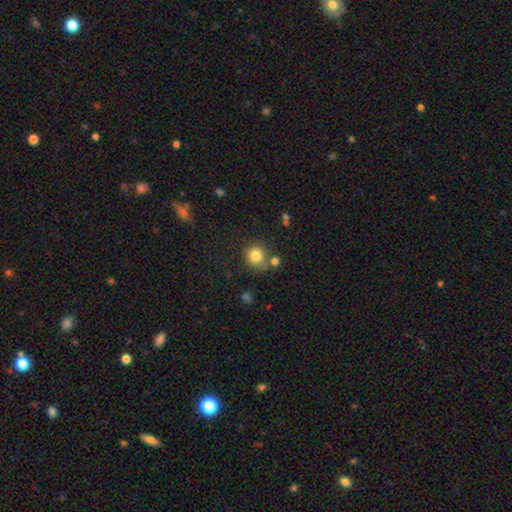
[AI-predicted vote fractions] Q: Smooth or featured?
A: smooth (81%); runner-up: star or artifact (11%)
Q: How rounded?
A: round (86%); runner-up: in between (13%)
Q: Merging?
A: none (66%); runner-up: merger (16%)